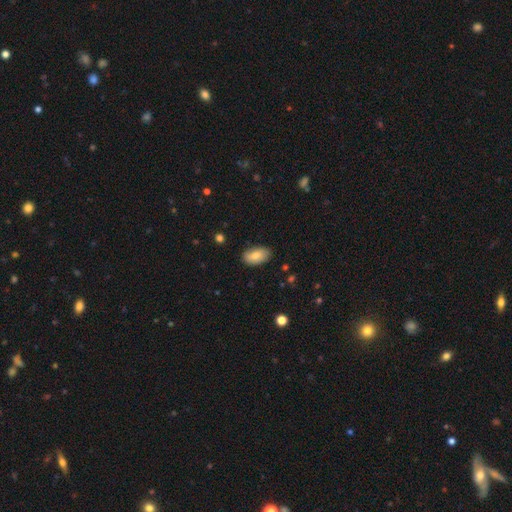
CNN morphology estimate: A smooth galaxy with no disk features (78%) that is in between round and cigar-shaped (93%).

Vote fractions:
- Smooth or featured? smooth: 78% / featured or disk: 15% / star or artifact: 7%
- How rounded? in between: 93% / round: 4% / cigar-shaped: 2%
- Merging? none: 81% / minor disturbance: 15% / major disturbance: 3% / merger: 1%